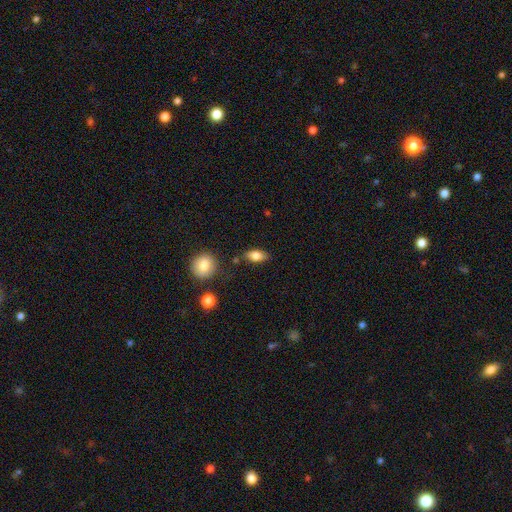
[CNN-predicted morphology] Smooth or featured?
  - smooth: 77% *
  - featured or disk: 15%
  - star or artifact: 8%
How rounded?
  - in between: 85% *
  - cigar-shaped: 8%
  - round: 7%
Merging?
  - none: 81% *
  - minor disturbance: 12%
  - merger: 4%
  - major disturbance: 3%